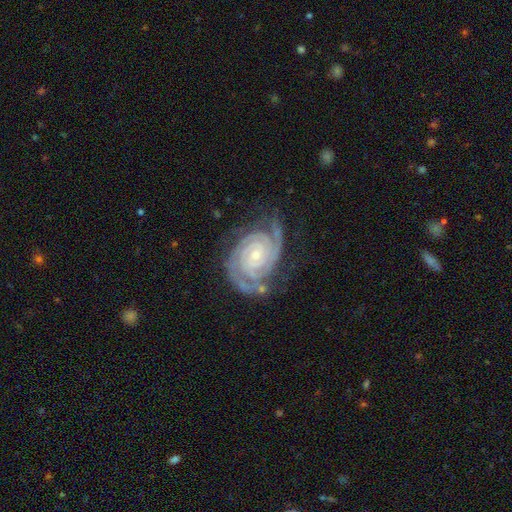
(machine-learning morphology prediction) The model was most divided on "bar": no: 65%, weak: 25%, strong: 10%. More confident: spiral arms — yes (99%); edge-on disk — no (98%); smooth or featured — featured or disk (92%); spiral winding — tight (83%); merging — none (74%); bulge size — small (70%); spiral arm count — 2 (60%).